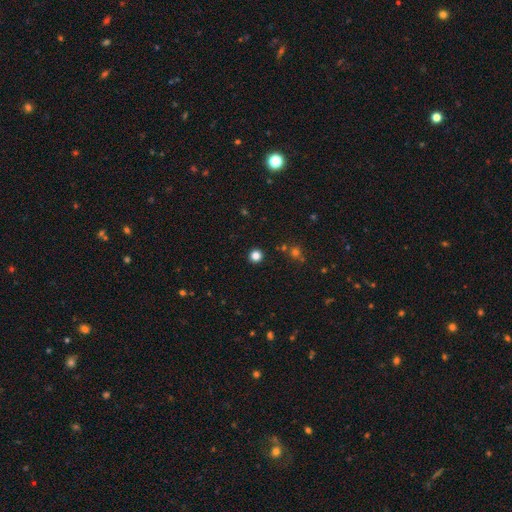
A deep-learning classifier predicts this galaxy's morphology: Overall: smooth (82%). How rounded: round (95%). Merging: none (92%).